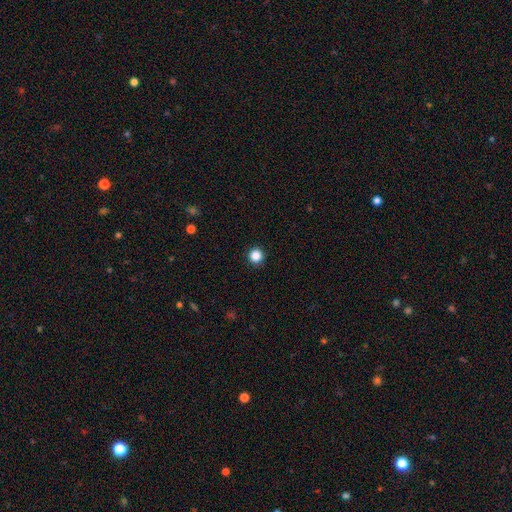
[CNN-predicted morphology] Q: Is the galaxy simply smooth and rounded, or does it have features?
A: smooth — 86%.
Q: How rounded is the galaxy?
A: round — 96%.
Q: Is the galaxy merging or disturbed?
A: none — 93%.